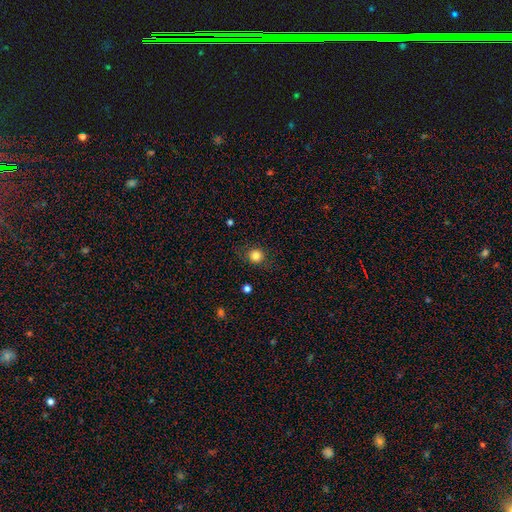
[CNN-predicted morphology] Q: Smooth or featured?
A: smooth (82%); runner-up: star or artifact (11%)
Q: How rounded?
A: round (88%); runner-up: in between (11%)
Q: Merging?
A: none (82%); runner-up: minor disturbance (12%)